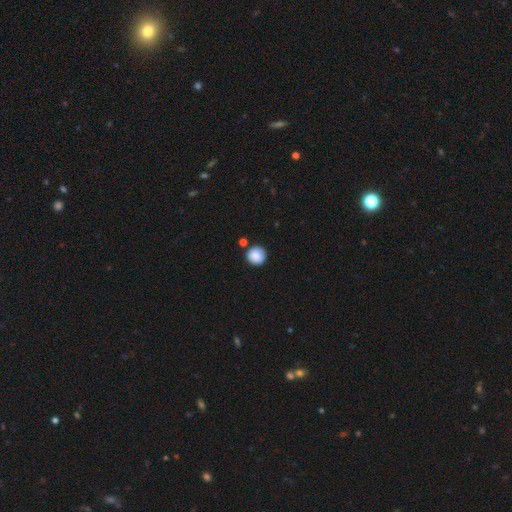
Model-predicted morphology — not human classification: This appears to be a smooth galaxy with no disk features (87%) that is round (94%). Merging: none (81%).